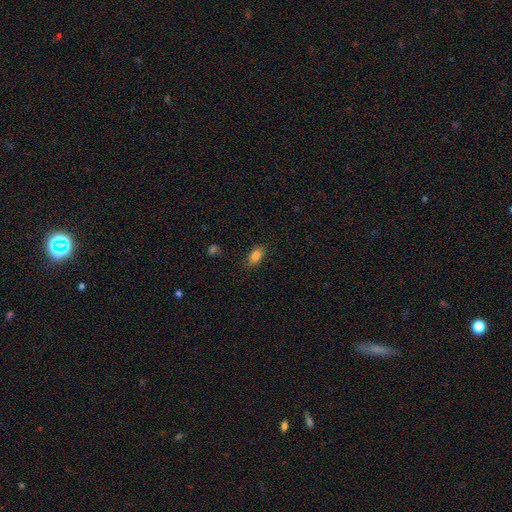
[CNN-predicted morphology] smooth_or_featured: smooth (p=0.85) [alt: star or artifact p=0.09]
how_rounded: in between (p=0.89) [alt: round p=0.07]
merging: none (p=0.84) [alt: minor disturbance p=0.12]